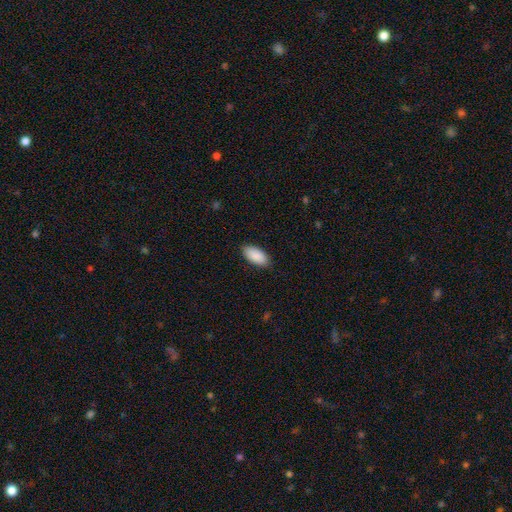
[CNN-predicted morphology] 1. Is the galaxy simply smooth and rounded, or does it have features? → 91% smooth, 6% star or artifact, 3% featured or disk.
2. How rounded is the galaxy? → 94% in between, 4% cigar-shaped, 2% round.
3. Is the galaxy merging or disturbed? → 87% none, 10% minor disturbance, 2% major disturbance, 1% merger.